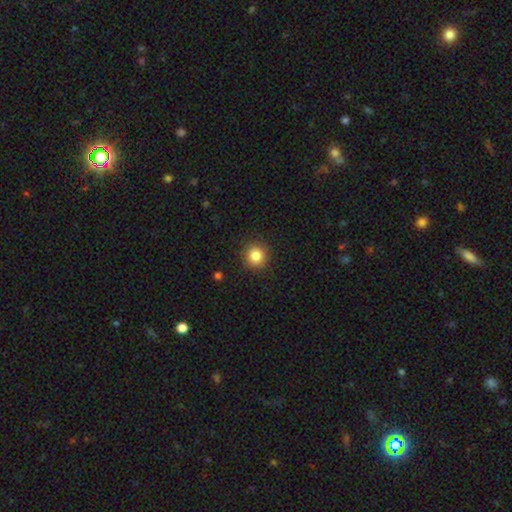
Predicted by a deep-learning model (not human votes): The model was most divided on "smooth or featured": smooth: 84%, star or artifact: 11%, featured or disk: 5%. More confident: how rounded — round (92%); merging — none (88%).